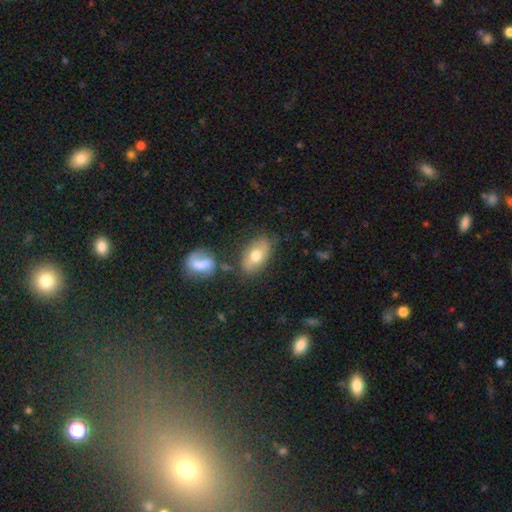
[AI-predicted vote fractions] This appears to be a smooth galaxy with no disk features (66%) that is in between round and cigar-shaped (90%). Merging: none (72%).